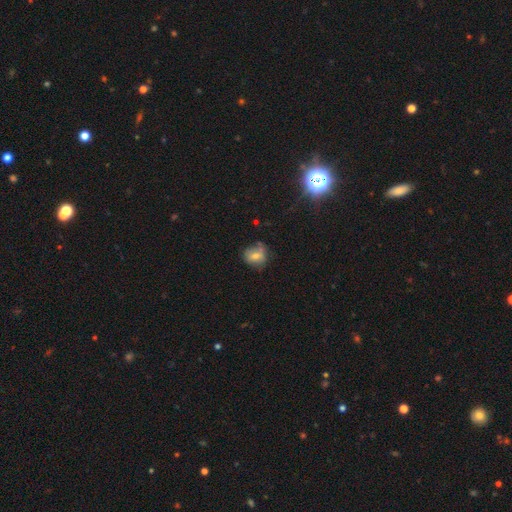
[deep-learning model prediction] smooth 66%, featured or disk 21%, star or artifact 13%. Down the decision tree: how rounded — round (67%); merging — none (59%).